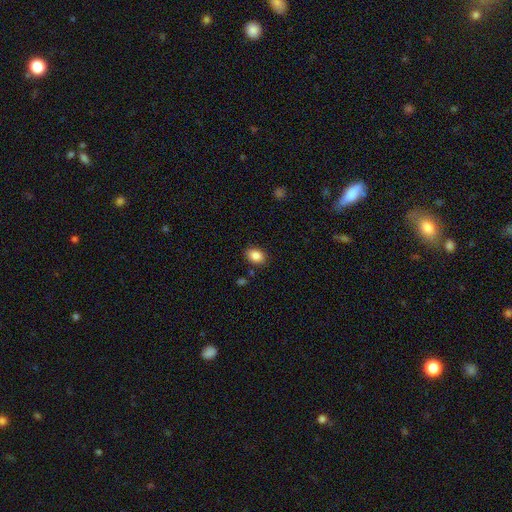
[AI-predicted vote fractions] This appears to be a smooth galaxy with no disk features (87%) that is in between round and cigar-shaped (77%). Merging: none (86%).